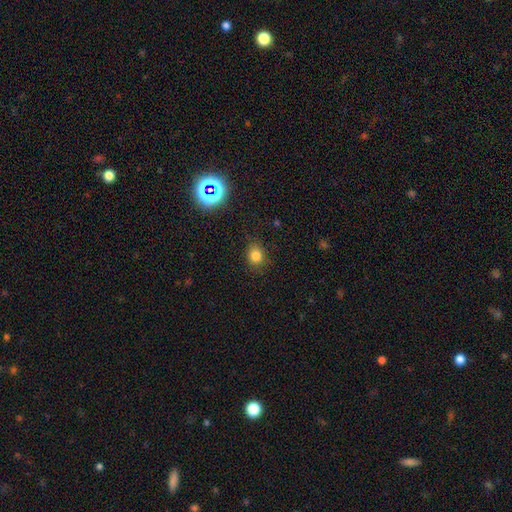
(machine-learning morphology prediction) A smooth galaxy with no disk features (80%) that is round (63%).

Vote fractions:
- Smooth or featured? smooth: 80% / star or artifact: 14% / featured or disk: 6%
- How rounded? round: 63% / in between: 36% / cigar-shaped: 1%
- Merging? none: 83% / minor disturbance: 12% / major disturbance: 3% / merger: 1%